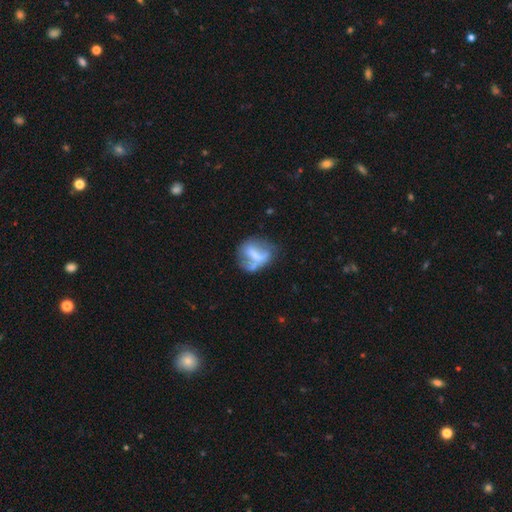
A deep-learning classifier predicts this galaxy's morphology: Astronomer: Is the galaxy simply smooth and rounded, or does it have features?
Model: smooth — 48% (runner-up: featured or disk, 43%).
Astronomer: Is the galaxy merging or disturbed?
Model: none — 39% (runner-up: minor disturbance, 25%).